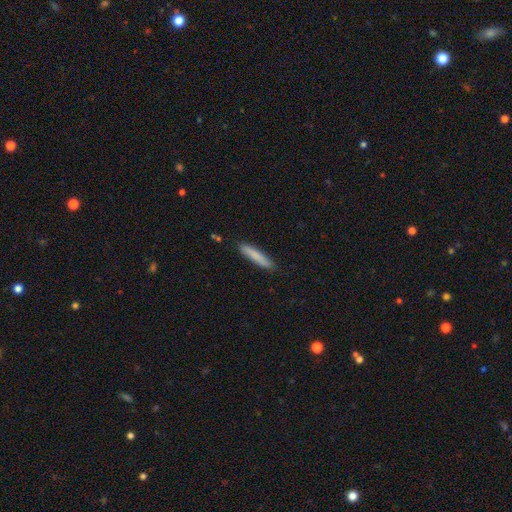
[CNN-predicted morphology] Q: Smooth or featured?
A: smooth (83%); runner-up: featured or disk (11%)
Q: How rounded?
A: cigar-shaped (91%); runner-up: in between (8%)
Q: Merging?
A: none (88%); runner-up: minor disturbance (9%)